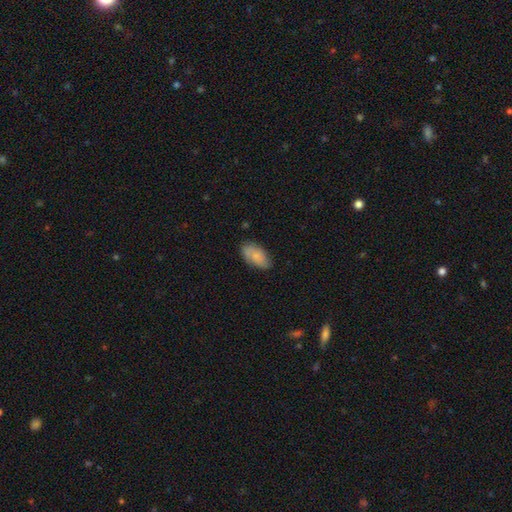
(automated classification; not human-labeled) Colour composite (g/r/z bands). It shows a smooth galaxy with no disk features (69%) that is in between round and cigar-shaped (93%). Merging: none (70%).